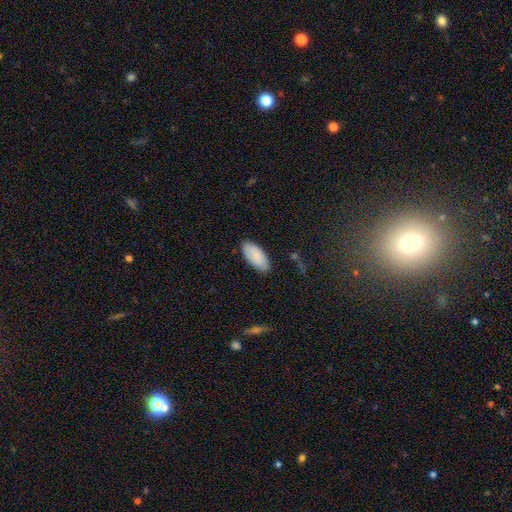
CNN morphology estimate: The model was most divided on "merging": none: 85%, minor disturbance: 11%, major disturbance: 2%, merger: 1%. More confident: how rounded — in between (92%); smooth or featured — smooth (86%).